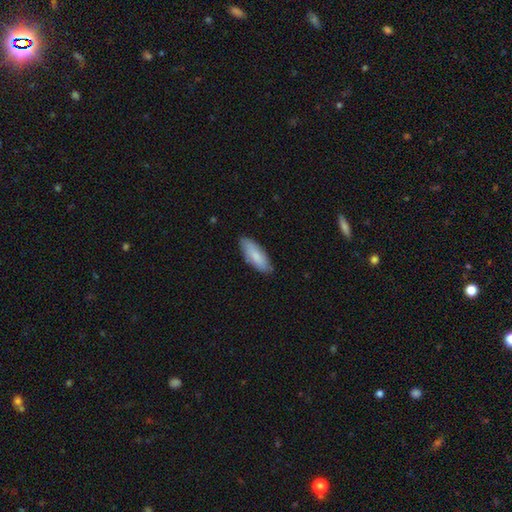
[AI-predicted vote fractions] The model was most divided on "how rounded": in between: 66%, cigar-shaped: 32%, round: 1%. More confident: merging — none (84%); smooth or featured — smooth (84%).